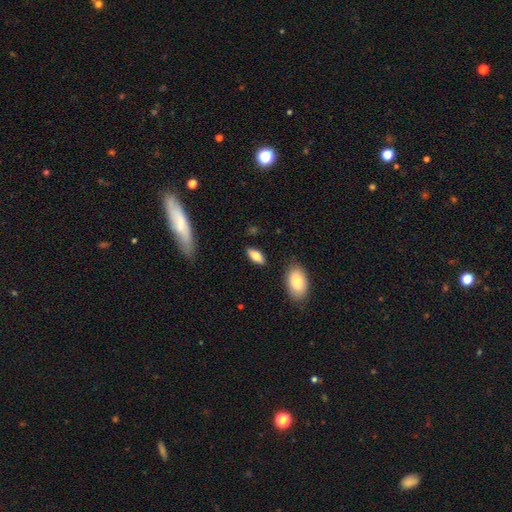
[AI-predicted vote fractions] This appears to be a smooth galaxy with no disk features (80%) that is in between round and cigar-shaped (85%). Merging: none (85%).